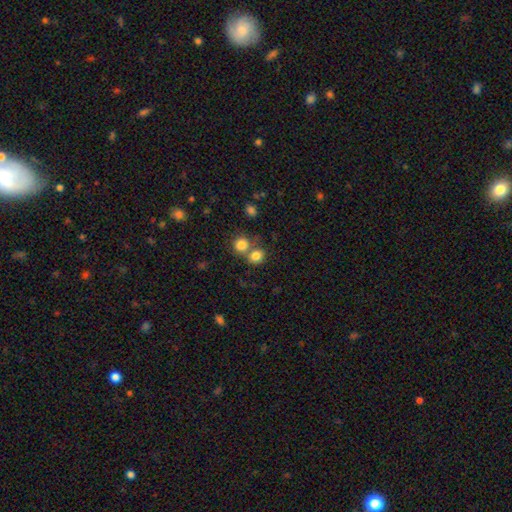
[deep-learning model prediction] A smooth galaxy with no disk features (82%) that is round (78%). Merging: none (48%).